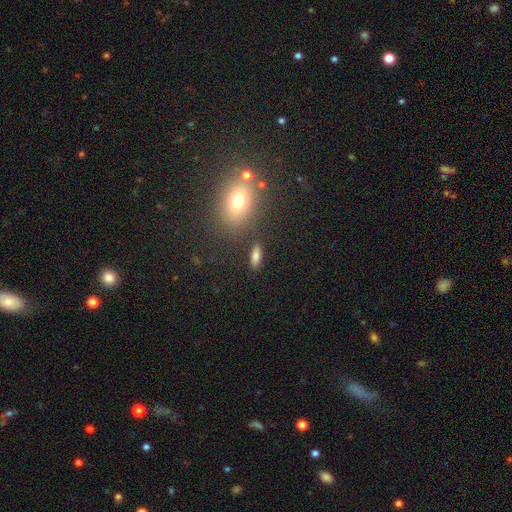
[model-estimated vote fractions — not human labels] smooth-or-featured: smooth: 78% | featured or disk: 12% | star or artifact: 11%
  how-rounded: in between: 65% | cigar-shaped: 30% | round: 5%
  merging: none: 84% | minor disturbance: 9% | merger: 4% | major disturbance: 3%